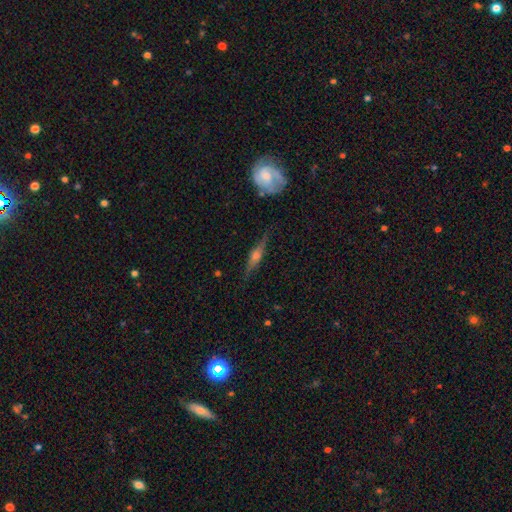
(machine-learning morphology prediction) This appears to be a featured or disk galaxy (73%) viewed edge-on (94%) with a rounded central bulge (86%). Merging: none (81%).